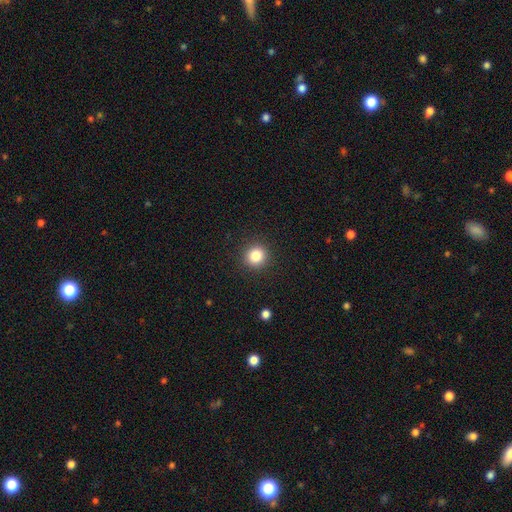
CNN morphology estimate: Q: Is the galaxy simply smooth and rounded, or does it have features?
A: smooth — 84%.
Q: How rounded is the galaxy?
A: round — 92%.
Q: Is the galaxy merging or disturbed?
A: none — 92%.